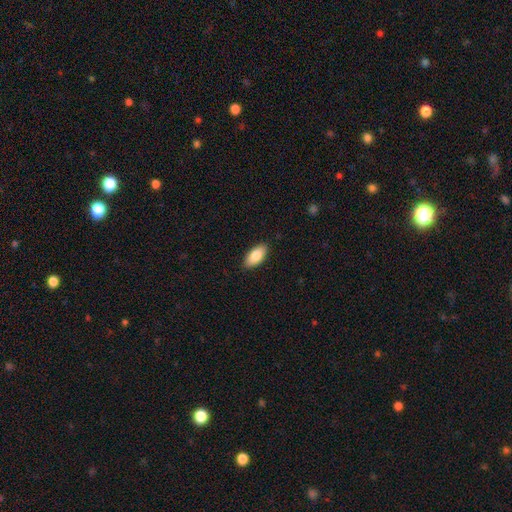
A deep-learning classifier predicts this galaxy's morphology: A smooth galaxy with no disk features (86%) that is in between round and cigar-shaped (91%).

Vote fractions:
- Smooth or featured? smooth: 86% / featured or disk: 8% / star or artifact: 6%
- How rounded? in between: 91% / cigar-shaped: 7% / round: 2%
- Merging? none: 88% / minor disturbance: 9% / major disturbance: 2% / merger: 1%